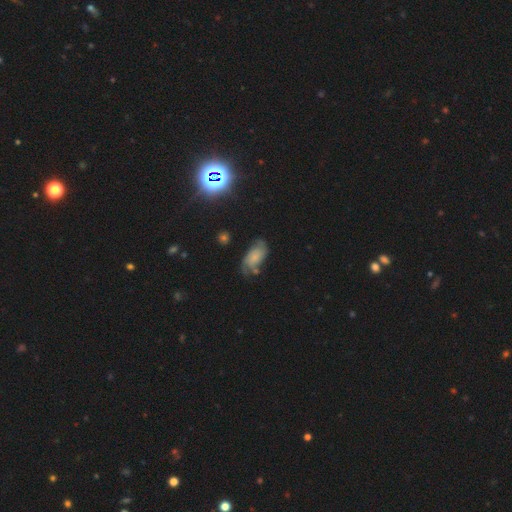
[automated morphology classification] Smooth or featured? featured or disk (50%)
Merging? none (55%)